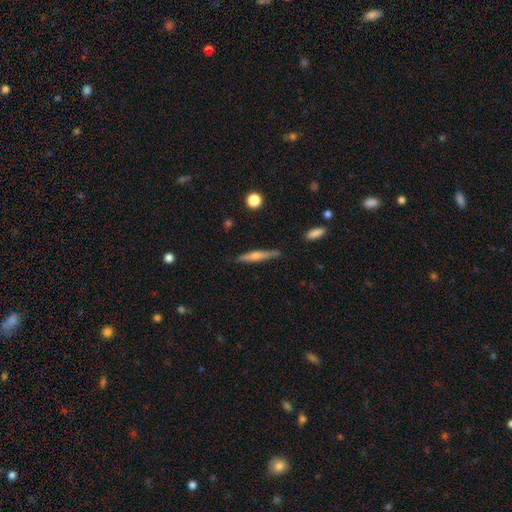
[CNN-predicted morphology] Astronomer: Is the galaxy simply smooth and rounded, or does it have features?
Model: featured or disk — 50% (runner-up: smooth, 43%).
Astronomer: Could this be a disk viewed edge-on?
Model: yes — 95%.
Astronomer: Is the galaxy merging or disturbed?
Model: none — 85%.